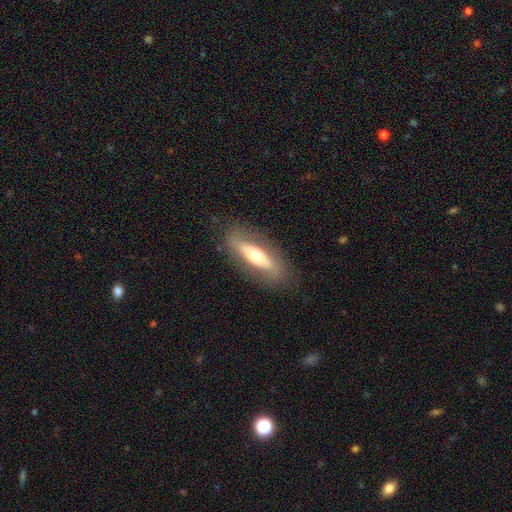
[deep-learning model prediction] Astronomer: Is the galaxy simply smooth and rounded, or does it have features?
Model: featured or disk — 48% (runner-up: smooth, 46%).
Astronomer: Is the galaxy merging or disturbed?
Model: none — 81%.